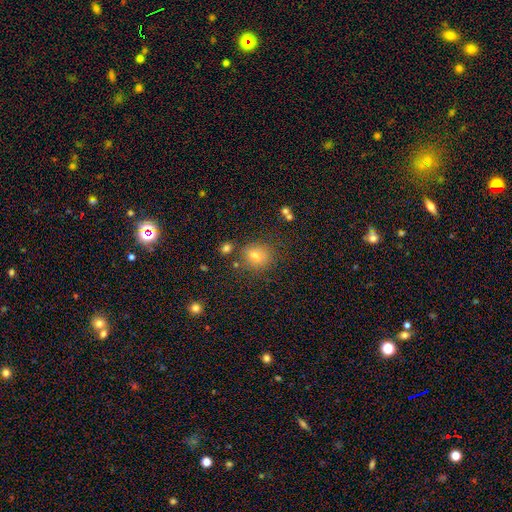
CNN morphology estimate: Overall: smooth (71%). How rounded: round (63%; in between 36%). Merging: none (77%).